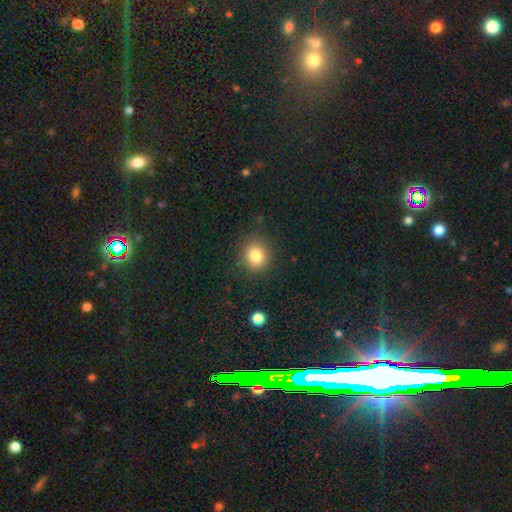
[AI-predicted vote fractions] The model was most divided on "how rounded": round: 82%, in between: 17%, cigar-shaped: 1%. More confident: merging — none (87%); smooth or featured — smooth (82%).